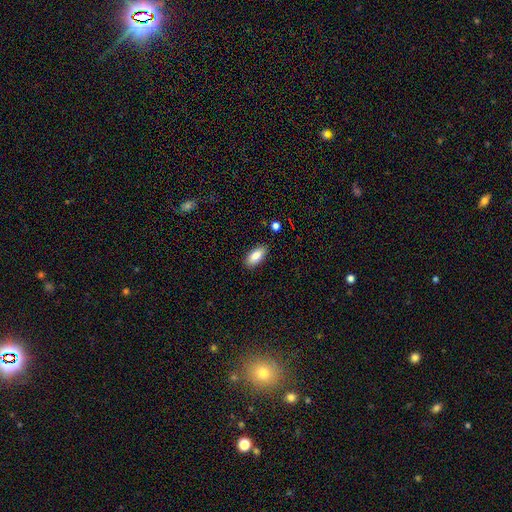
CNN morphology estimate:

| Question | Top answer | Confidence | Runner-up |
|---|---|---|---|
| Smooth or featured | smooth | 87% | star or artifact (7%) |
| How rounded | in between | 89% | cigar-shaped (9%) |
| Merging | none | 87% | minor disturbance (9%) |